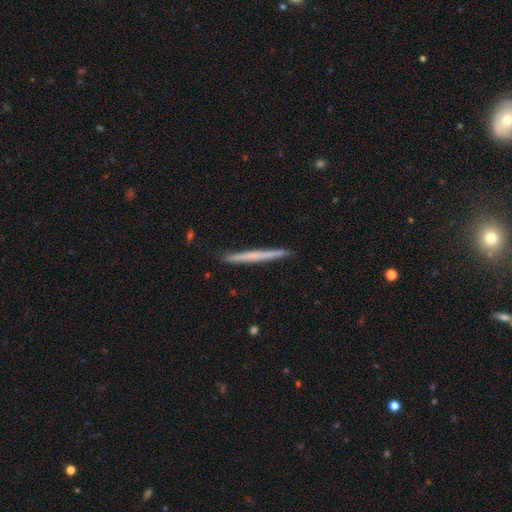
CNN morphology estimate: smooth 52%, featured or disk 42%, star or artifact 6%. Down the decision tree: how rounded — cigar-shaped (97%); merging — none (92%).